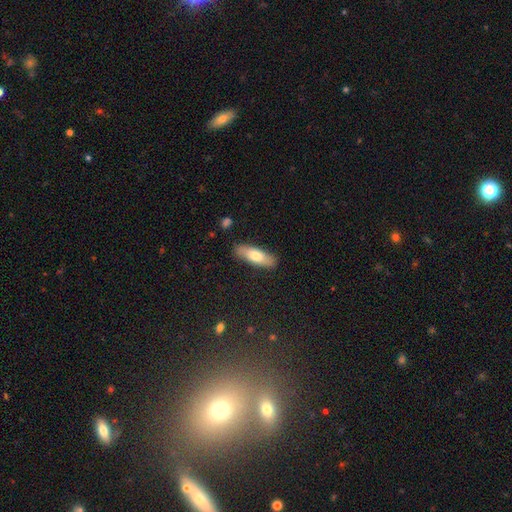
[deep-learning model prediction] A smooth galaxy with no disk features (69%) that is in between round and cigar-shaped (57%). Merging: none (85%).